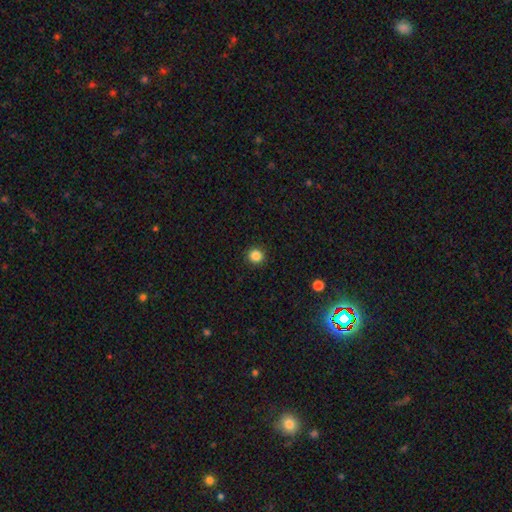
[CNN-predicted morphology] Smooth or featured? smooth (85%)
How rounded? round (93%)
Merging? none (92%)